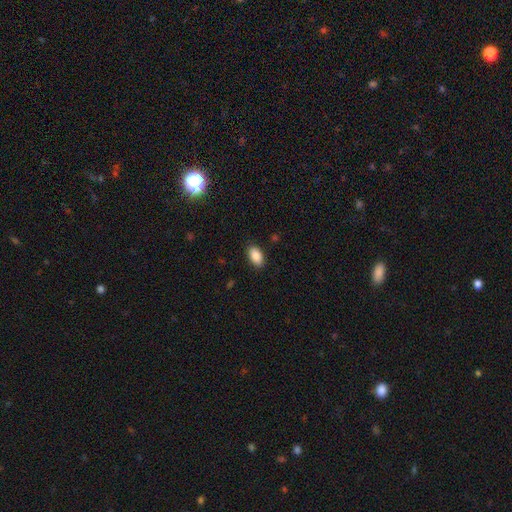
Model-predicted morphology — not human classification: This is clearly a smooth galaxy (88%). How rounded: clearly in between (93%). Merging: clearly none (88%).